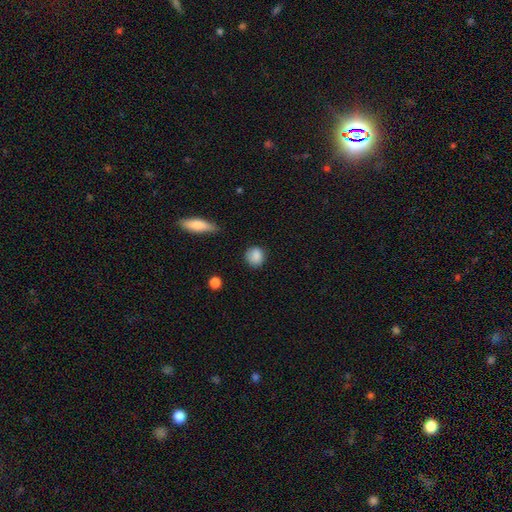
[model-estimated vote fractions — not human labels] smooth 86%, star or artifact 9%, featured or disk 5%. Down the decision tree: how rounded — round (77%); merging — none (75%).